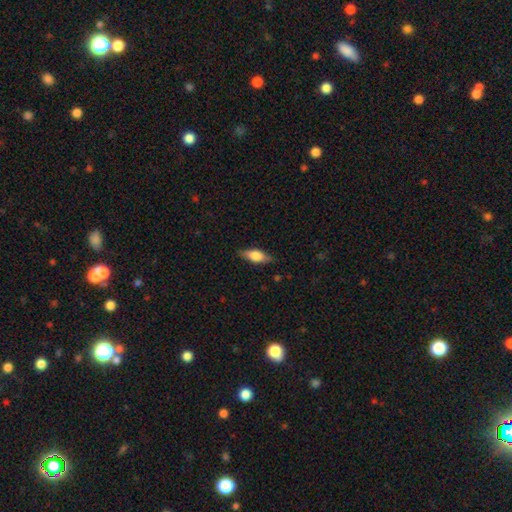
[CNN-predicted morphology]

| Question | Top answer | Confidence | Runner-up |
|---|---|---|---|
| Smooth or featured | smooth | 61% | featured or disk (32%) |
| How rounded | in between | 71% | cigar-shaped (25%) |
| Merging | none | 84% | minor disturbance (12%) |